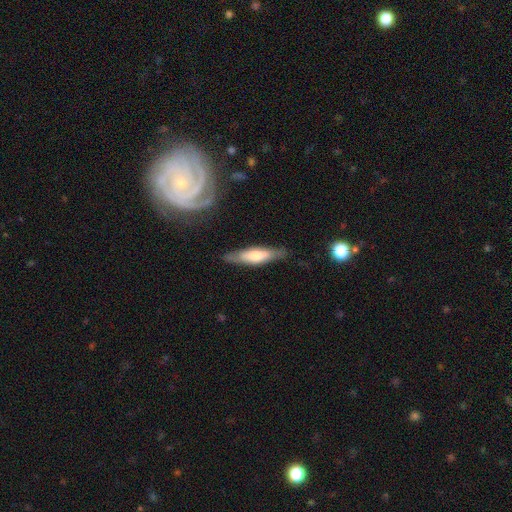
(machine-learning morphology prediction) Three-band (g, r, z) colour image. It shows a smooth galaxy with no disk features (54%) that is cigar-shaped (70%). Merging: none (79%).